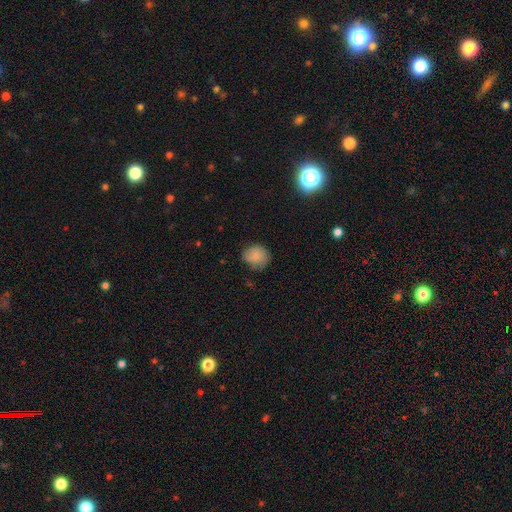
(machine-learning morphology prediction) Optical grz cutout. It shows a smooth galaxy with no disk features (83%) that is round (75%). Merging: none (69%).